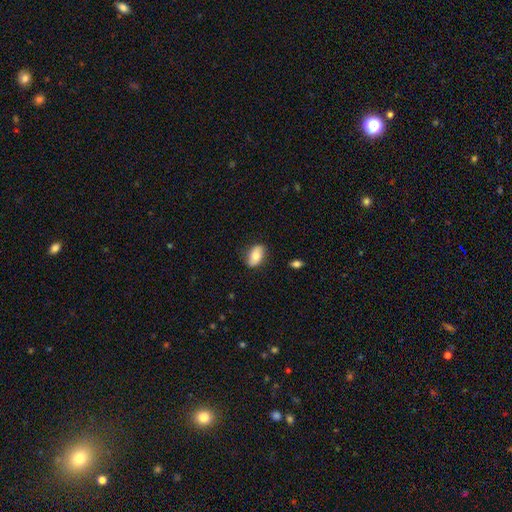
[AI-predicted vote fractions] This is likely a smooth galaxy (70%). How rounded: clearly in between (89%). Merging: clearly none (81%).